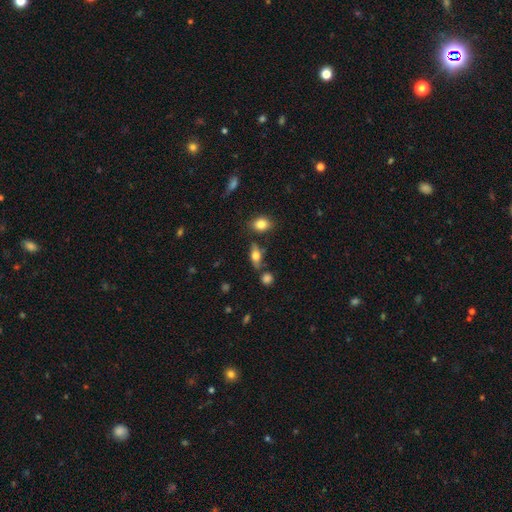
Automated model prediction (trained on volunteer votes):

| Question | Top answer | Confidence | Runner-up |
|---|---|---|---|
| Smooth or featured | smooth | 60% | featured or disk (30%) |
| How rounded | in between | 70% | cigar-shaped (20%) |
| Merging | none | 72% | minor disturbance (15%) |